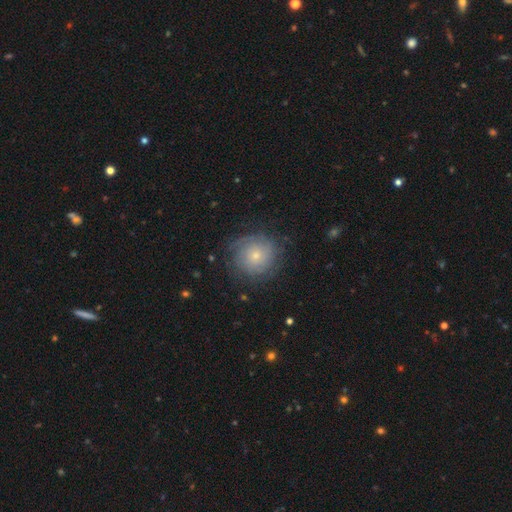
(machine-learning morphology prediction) featured or disk 48%, smooth 43%, star or artifact 9%. Down the decision tree: merging — none (75%).